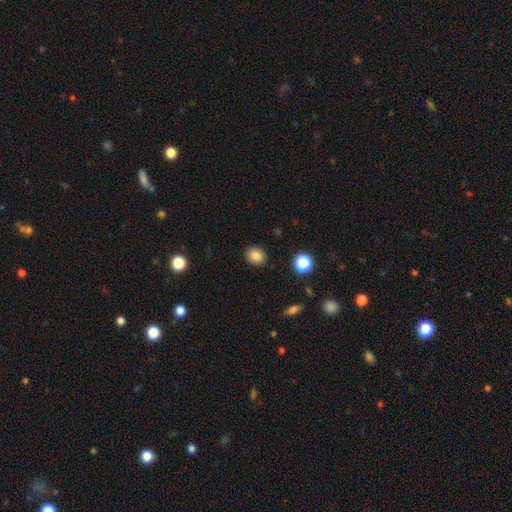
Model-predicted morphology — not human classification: Smooth or featured?
  - smooth: 84% *
  - star or artifact: 11%
  - featured or disk: 5%
How rounded?
  - round: 59% *
  - in between: 40%
  - cigar-shaped: 1%
Merging?
  - none: 89% *
  - minor disturbance: 8%
  - major disturbance: 2%
  - merger: 1%